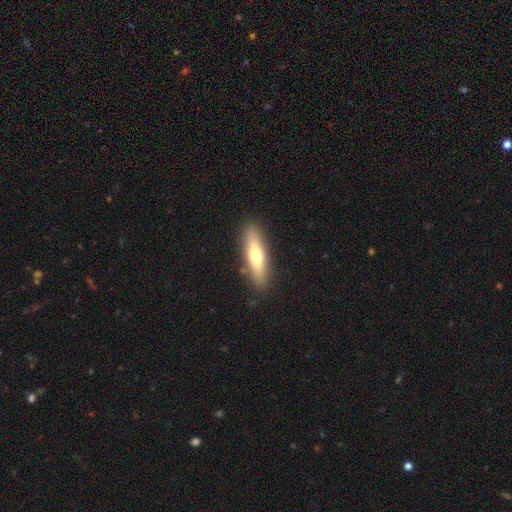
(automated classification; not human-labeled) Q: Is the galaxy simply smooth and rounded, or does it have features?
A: smooth — 61%.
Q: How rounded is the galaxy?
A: cigar-shaped — 72%.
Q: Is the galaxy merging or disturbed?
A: none — 87%.